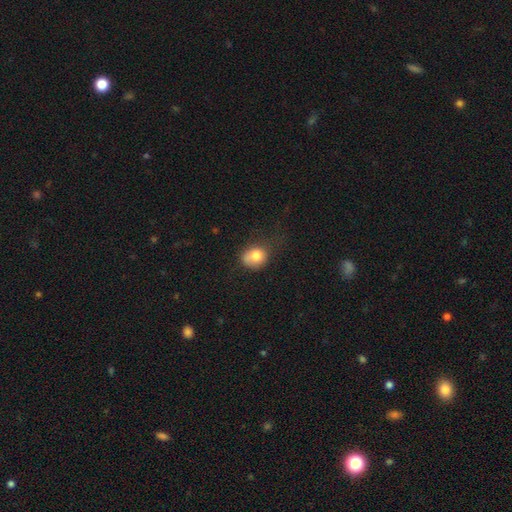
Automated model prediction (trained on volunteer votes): Smooth or featured? smooth (78%)
How rounded? round (64%)
Merging? none (45%)